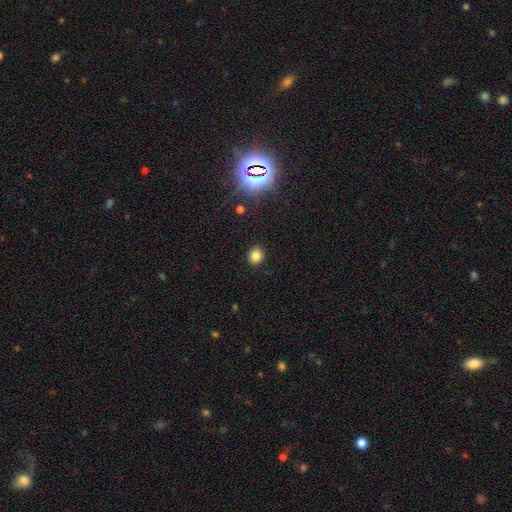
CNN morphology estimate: Overall: smooth (82%). How rounded: round (81%). Merging: none (90%).